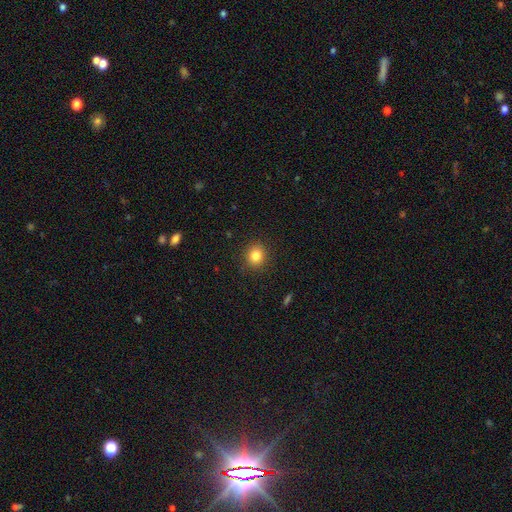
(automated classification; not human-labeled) Smooth or featured? Predicted: smooth (p=0.82). How rounded? Predicted: round (p=0.82). Merging? Predicted: none (p=0.90).